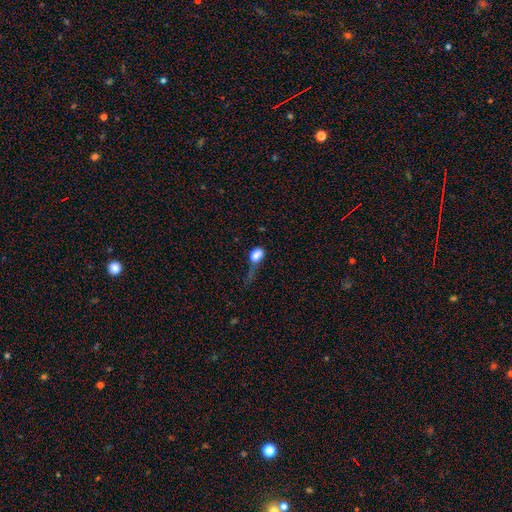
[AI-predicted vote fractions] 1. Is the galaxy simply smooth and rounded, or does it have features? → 80% smooth, 10% featured or disk, 10% star or artifact.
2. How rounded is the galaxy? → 65% in between, 31% round, 3% cigar-shaped.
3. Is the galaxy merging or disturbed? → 42% major disturbance, 26% minor disturbance, 25% none, 6% merger.